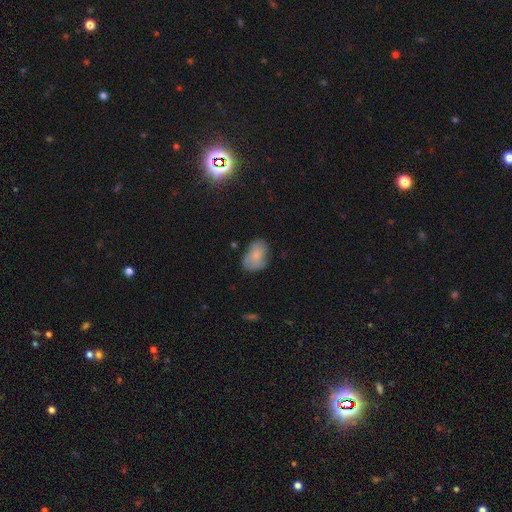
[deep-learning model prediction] A smooth galaxy with no disk features (67%) that is in between round and cigar-shaped (82%).

Vote fractions:
- Smooth or featured? smooth: 67% / featured or disk: 25% / star or artifact: 8%
- How rounded? in between: 82% / round: 17% / cigar-shaped: 1%
- Merging? none: 54% / minor disturbance: 31% / major disturbance: 12% / merger: 3%